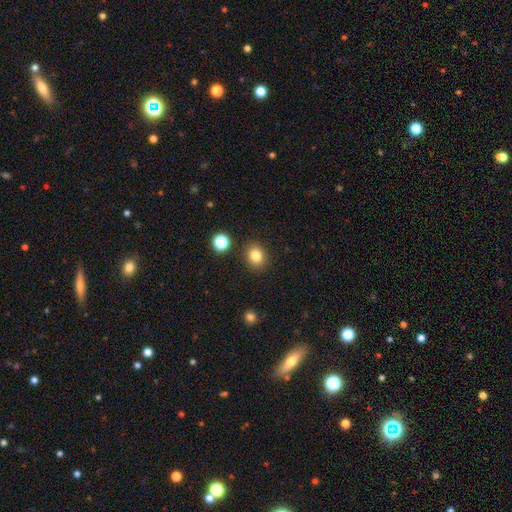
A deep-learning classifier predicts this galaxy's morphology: smooth_or_featured: smooth (p=0.82) [alt: star or artifact p=0.12]
how_rounded: round (p=0.63) [alt: in between p=0.36]
merging: none (p=0.88) [alt: minor disturbance p=0.07]